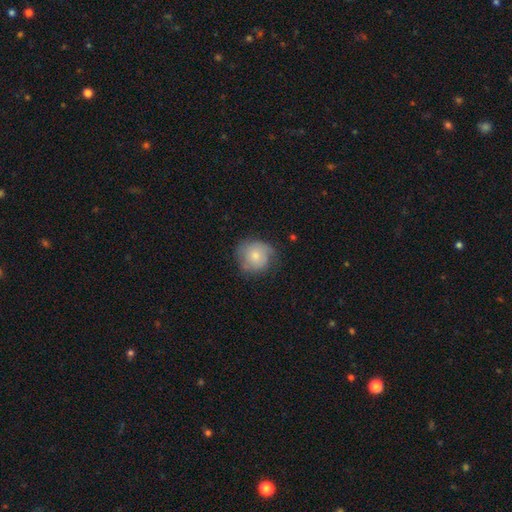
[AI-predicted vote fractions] Smooth or featured: smooth — 66% (featured or disk — 27%)
How rounded: round — 86% (in between — 13%)
Merging: none — 63% (minor disturbance — 27%)